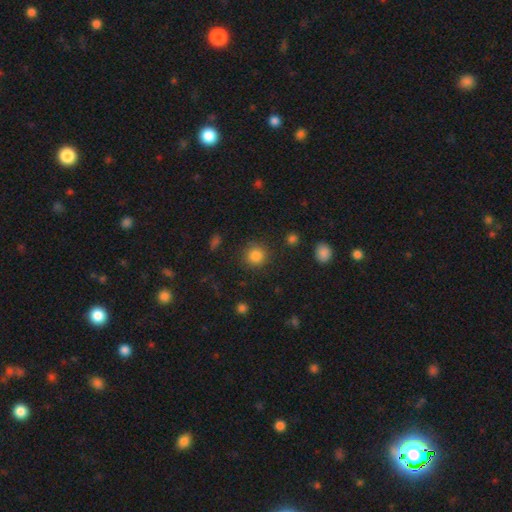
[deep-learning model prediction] Morphology: type=smooth (85%); roundness=round (92%); merging=none (88%).